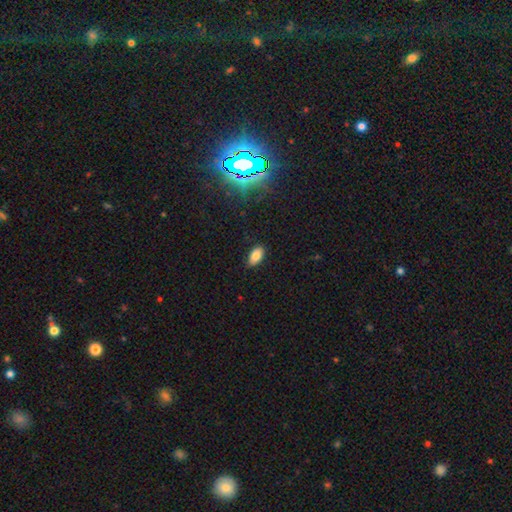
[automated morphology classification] This is clearly a smooth galaxy (83%). How rounded: clearly in between (92%). Merging: clearly none (83%).